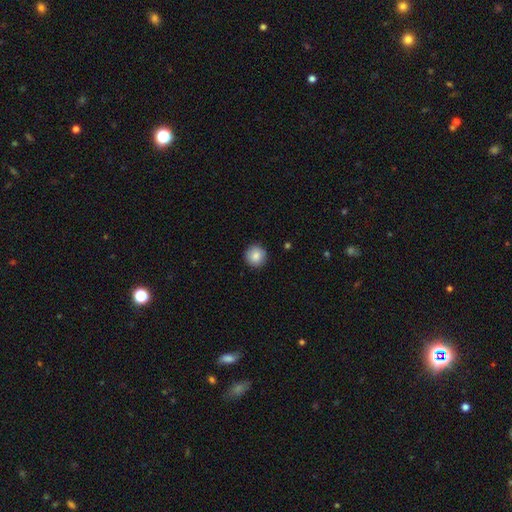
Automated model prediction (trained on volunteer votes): Smooth or featured: smooth — 86% (star or artifact — 8%)
How rounded: round — 95% (in between — 4%)
Merging: none — 91% (minor disturbance — 6%)